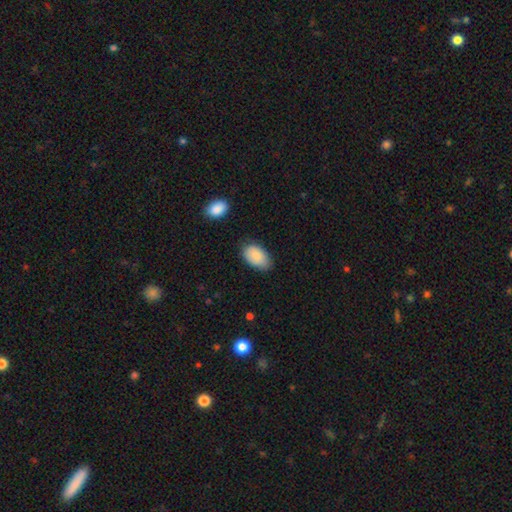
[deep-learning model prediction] smooth_or_featured: smooth (p=0.86) [alt: featured or disk p=0.08]
how_rounded: in between (p=0.94) [alt: round p=0.05]
merging: none (p=0.71) [alt: minor disturbance p=0.23]